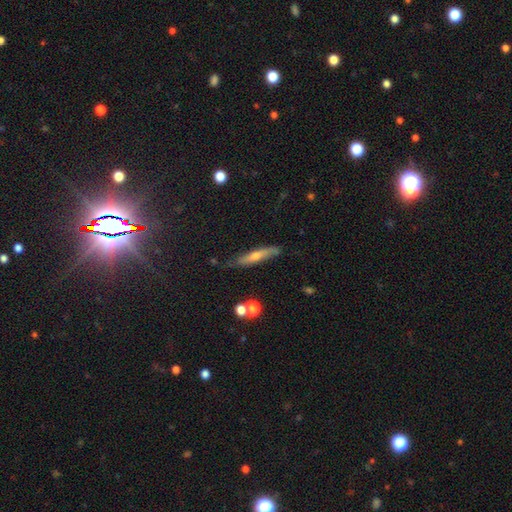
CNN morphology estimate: Smooth or featured? Predicted: smooth (p=0.47). Merging? Predicted: none (p=0.74).